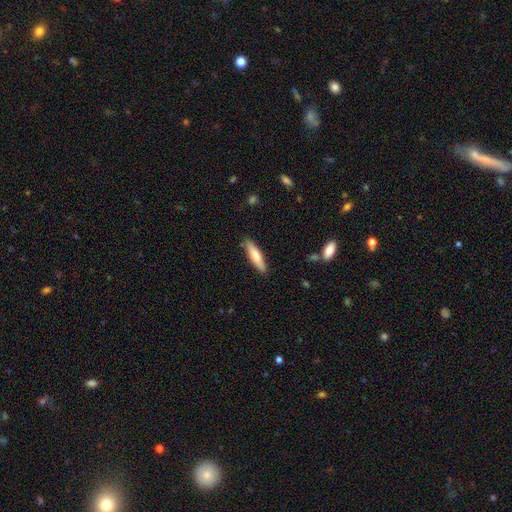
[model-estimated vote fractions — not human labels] Overall: smooth (72%). How rounded: cigar-shaped (77%). Merging: none (87%).